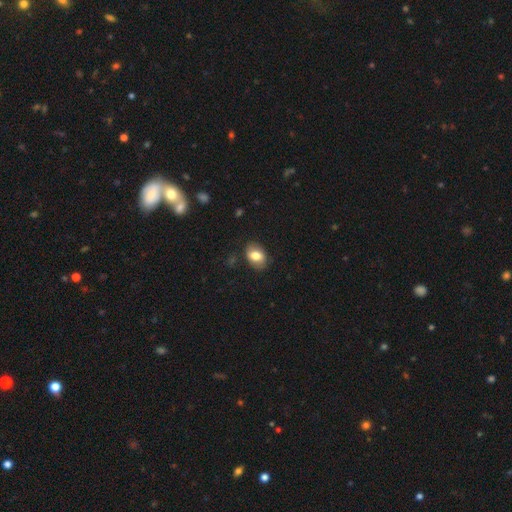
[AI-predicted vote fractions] Smooth or featured? Predicted: smooth (p=0.76). How rounded? Predicted: in between (p=0.77). Merging? Predicted: none (p=0.80).